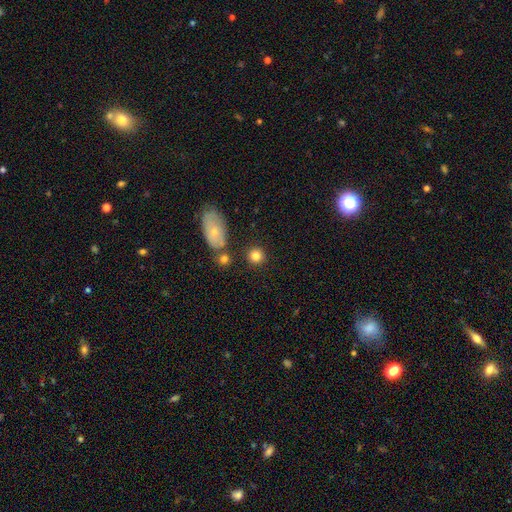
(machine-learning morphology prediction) Smooth or featured? Predicted: smooth (p=0.81). How rounded? Predicted: round (p=0.89). Merging? Predicted: none (p=0.81).